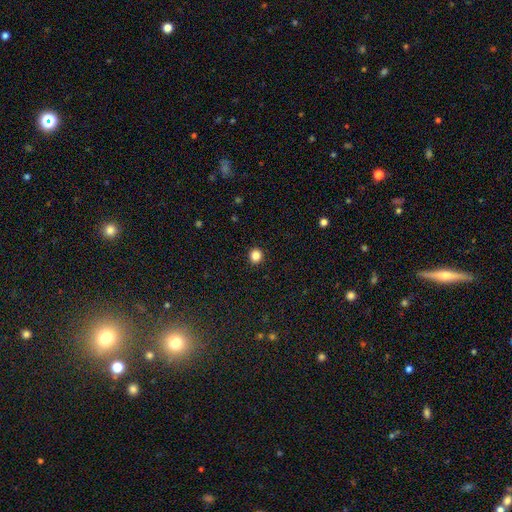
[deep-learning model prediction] This appears to be a smooth galaxy with no disk features (85%) that is round (92%). Merging: none (93%).